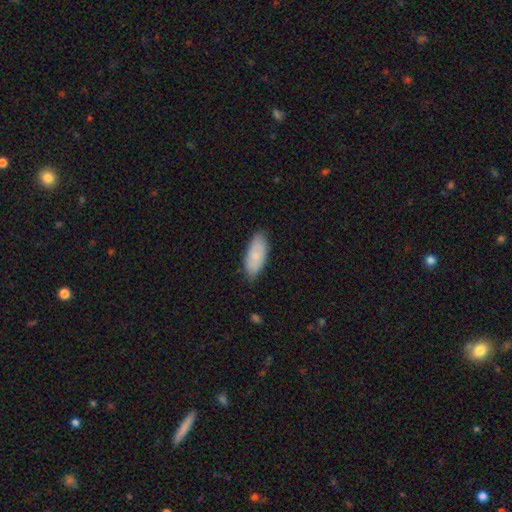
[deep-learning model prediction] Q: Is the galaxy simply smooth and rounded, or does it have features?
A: smooth — 82%.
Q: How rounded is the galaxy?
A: in between — 85%.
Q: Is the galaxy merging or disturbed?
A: none — 83%.